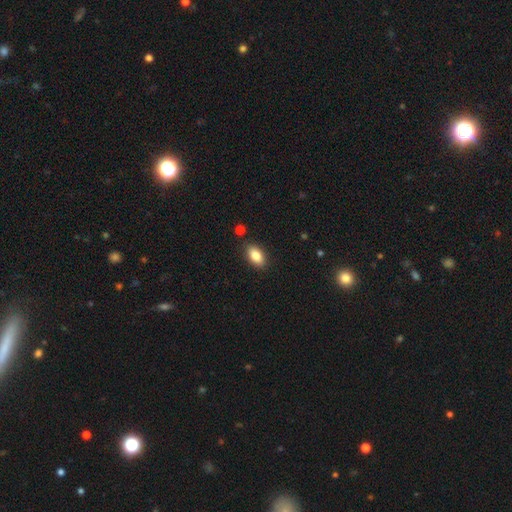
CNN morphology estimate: Smooth or featured? Predicted: smooth (p=0.85). How rounded? Predicted: in between (p=0.91). Merging? Predicted: none (p=0.87).